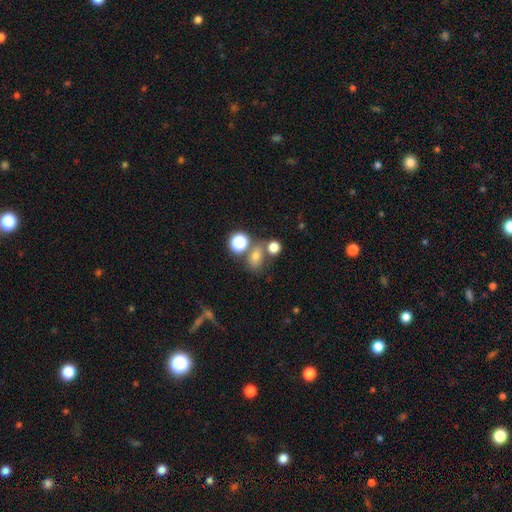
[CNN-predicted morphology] This appears to be a smooth galaxy with no disk features (68%) that is in between round and cigar-shaped (55%). Merging: none (58%).